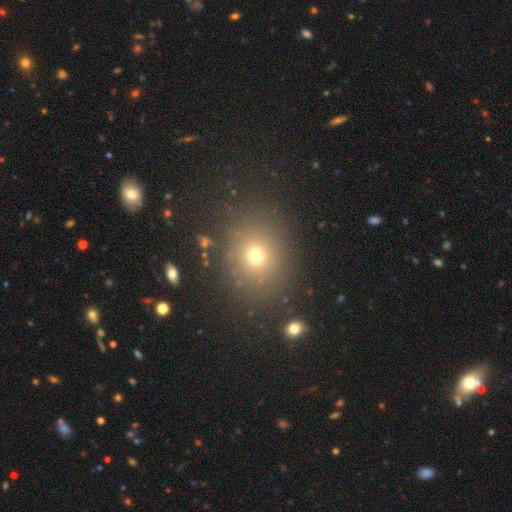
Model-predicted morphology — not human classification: The model was most divided on "how rounded": round: 70%, in between: 29%, cigar-shaped: 1%. More confident: merging — none (83%); smooth or featured — smooth (69%).